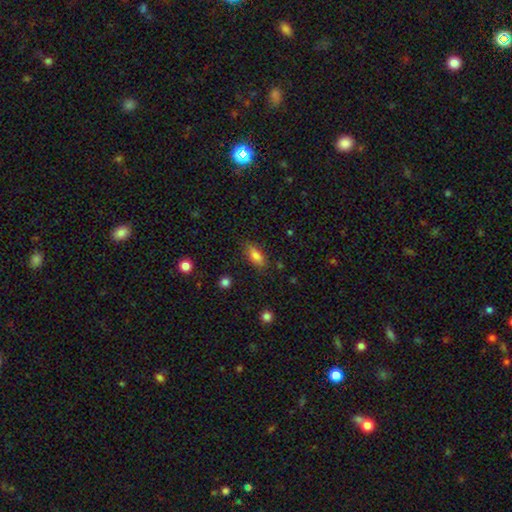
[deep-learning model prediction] Smooth or featured? Predicted: smooth (p=0.81). How rounded? Predicted: in between (p=0.79). Merging? Predicted: none (p=0.82).